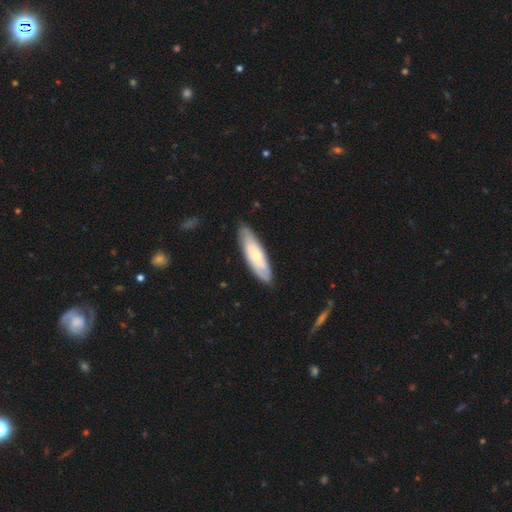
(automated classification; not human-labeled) The model was most divided on "smooth or featured": smooth: 54%, featured or disk: 41%, star or artifact: 5%. More confident: merging — none (84%); how rounded — cigar-shaped (59%).